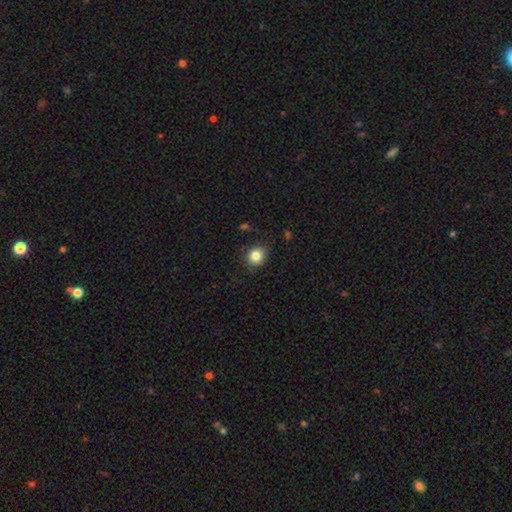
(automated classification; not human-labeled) A smooth galaxy with no disk features (84%) that is round (84%).

Vote fractions:
- Smooth or featured? smooth: 84% / star or artifact: 10% / featured or disk: 6%
- How rounded? round: 84% / in between: 15% / cigar-shaped: 1%
- Merging? none: 82% / minor disturbance: 14% / major disturbance: 3% / merger: 2%